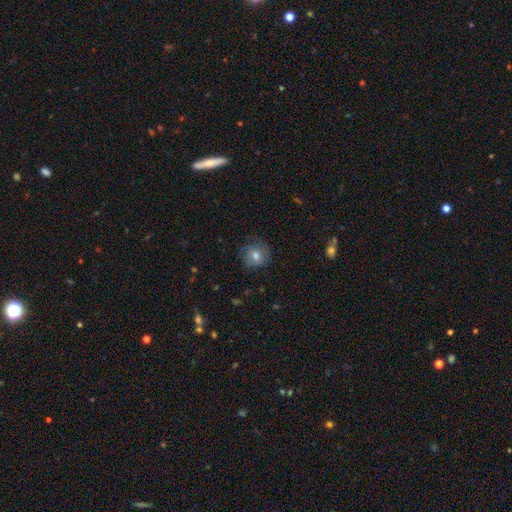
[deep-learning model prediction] This appears to be a smooth galaxy with no disk features (68%) that is round (89%). Merging: none (77%).